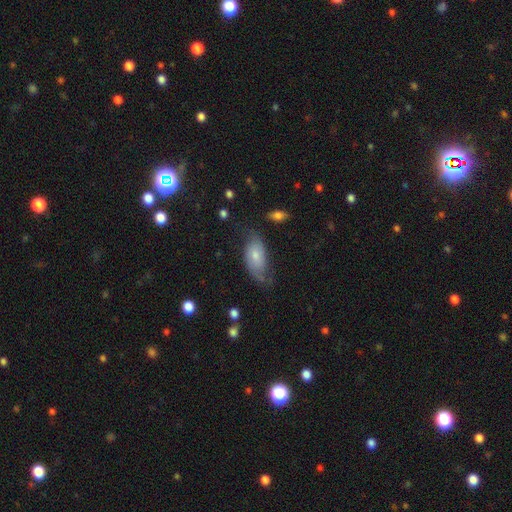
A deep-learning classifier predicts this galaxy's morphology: smooth_or_featured: featured or disk (p=0.47) [alt: smooth p=0.46]
merging: none (p=0.51) [alt: minor disturbance p=0.30]